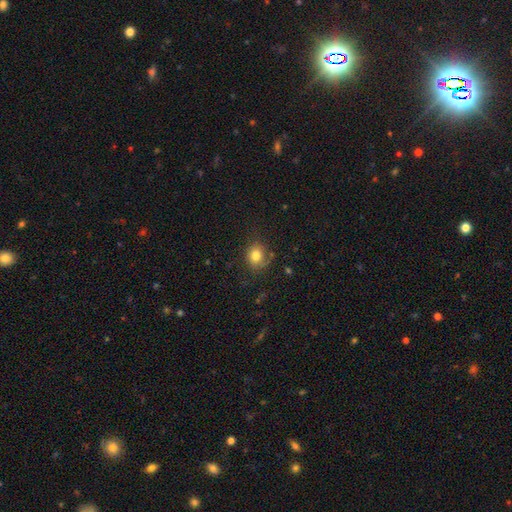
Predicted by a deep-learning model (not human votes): smooth_or_featured: smooth (p=0.80) [alt: star or artifact p=0.11]
how_rounded: round (p=0.68) [alt: in between p=0.31]
merging: none (p=0.73) [alt: minor disturbance p=0.19]